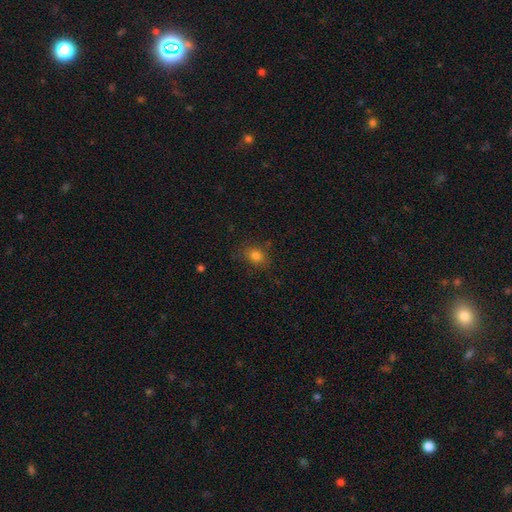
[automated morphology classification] smooth-or-featured: smooth: 80% | star or artifact: 13% | featured or disk: 7%
  how-rounded: in between: 54% | round: 45% | cigar-shaped: 1%
  merging: none: 77% | minor disturbance: 16% | major disturbance: 5% | merger: 2%